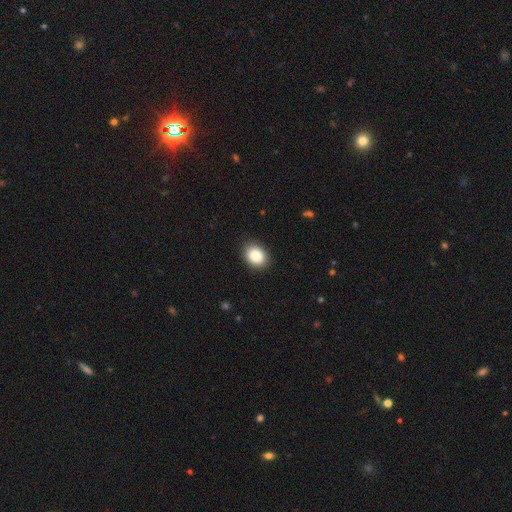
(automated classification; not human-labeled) A smooth galaxy with no disk features (86%) that is in between round and cigar-shaped (62%).

Vote fractions:
- Smooth or featured? smooth: 86% / star or artifact: 8% / featured or disk: 5%
- How rounded? in between: 62% / round: 37% / cigar-shaped: 1%
- Merging? none: 90% / minor disturbance: 7% / major disturbance: 2% / merger: 1%